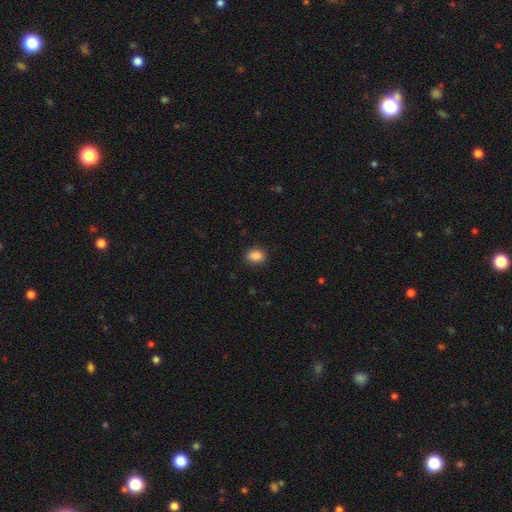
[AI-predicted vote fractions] Q: Smooth or featured?
A: smooth (88%); runner-up: star or artifact (9%)
Q: How rounded?
A: in between (57%); runner-up: round (42%)
Q: Merging?
A: none (89%); runner-up: minor disturbance (8%)